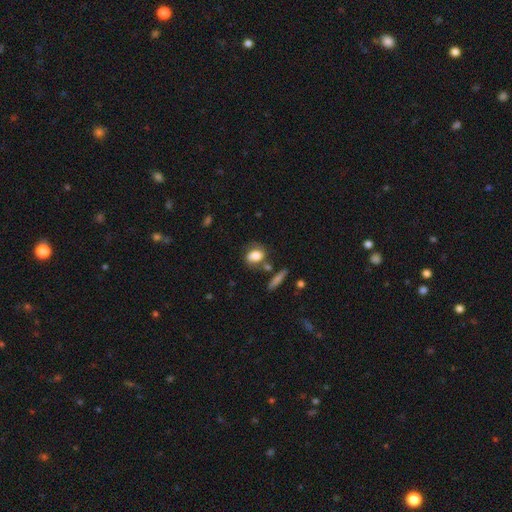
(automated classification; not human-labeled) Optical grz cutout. It shows a smooth galaxy with no disk features (75%) that is in between round and cigar-shaped (63%). Merging: none (60%).